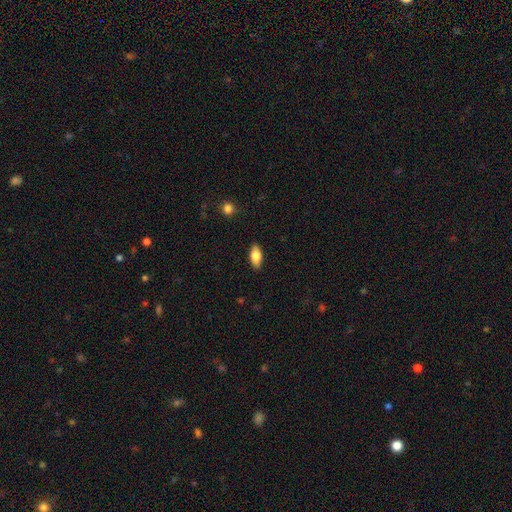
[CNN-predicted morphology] The model was most divided on "smooth or featured": smooth: 77%, featured or disk: 16%, star or artifact: 7%. More confident: merging — none (88%); how rounded — in between (87%).